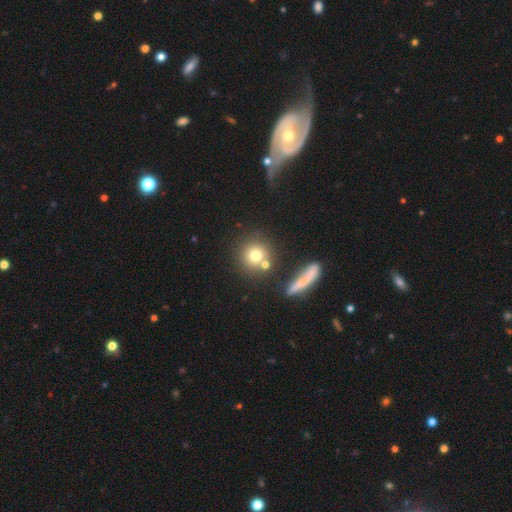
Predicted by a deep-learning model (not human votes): A smooth galaxy with no disk features (75%) that is round (91%). Merging: none (68%).